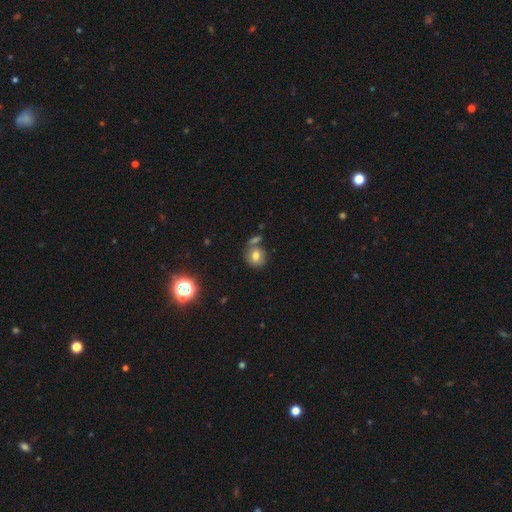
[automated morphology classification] Overall: smooth (72%). How rounded: round (80%). Merging: none (60%; merger 23%).